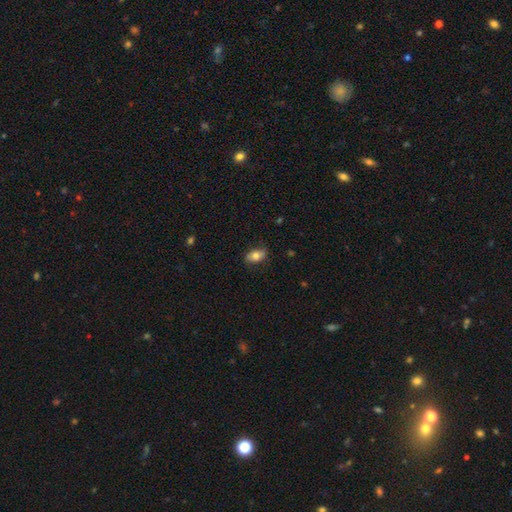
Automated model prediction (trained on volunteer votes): smooth_or_featured: smooth (p=0.74) [alt: featured or disk p=0.19]
how_rounded: in between (p=0.89) [alt: round p=0.08]
merging: none (p=0.79) [alt: minor disturbance p=0.16]